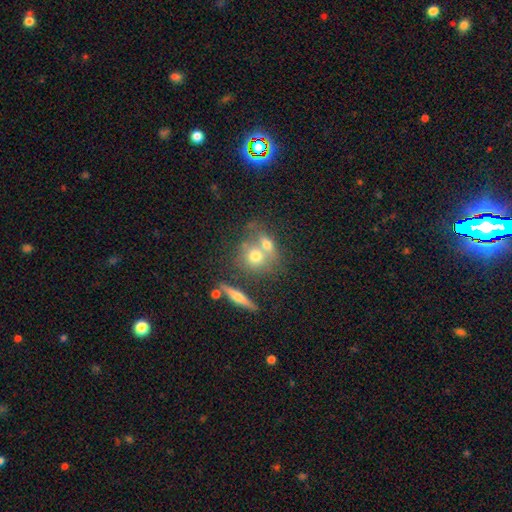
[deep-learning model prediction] This is likely a smooth galaxy (63%). How rounded: likely round (64%). Merging: marginally merger (44%).